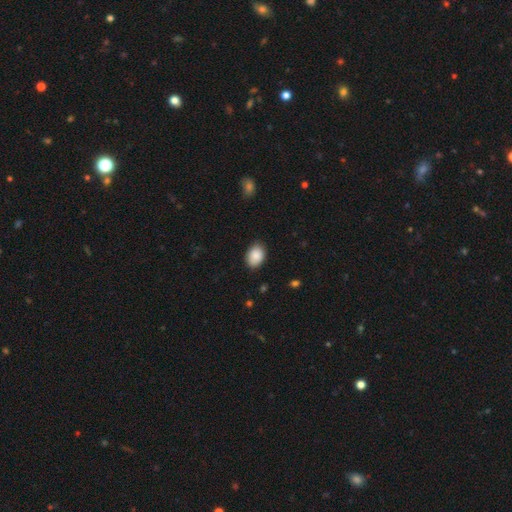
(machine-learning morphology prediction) Smooth or featured: smooth — 88% (star or artifact — 7%)
How rounded: in between — 78% (round — 21%)
Merging: none — 84% (minor disturbance — 12%)